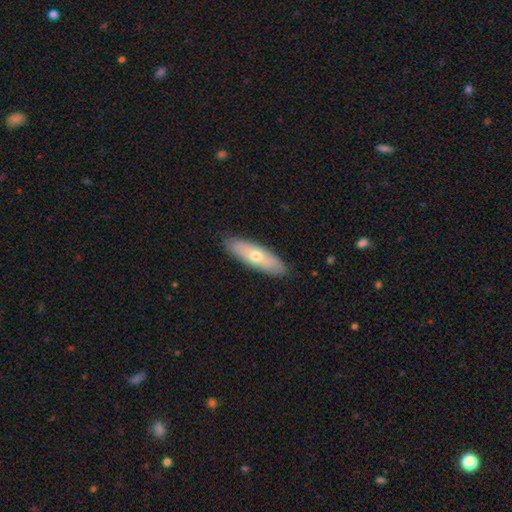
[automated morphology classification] This is likely a smooth galaxy (60%). How rounded: possibly cigar-shaped (50%). Merging: clearly none (88%).